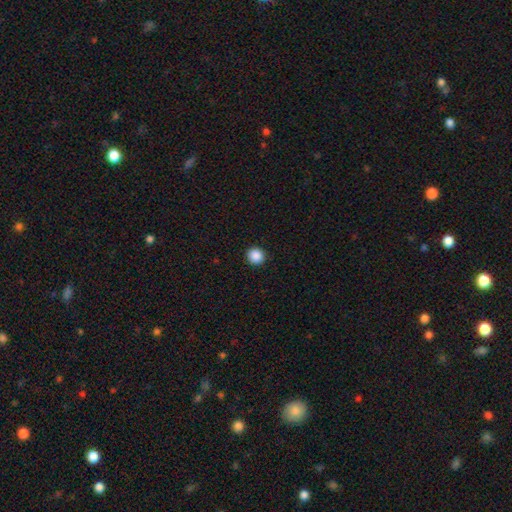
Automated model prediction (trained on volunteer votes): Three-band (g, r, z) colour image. It shows a smooth galaxy with no disk features (88%) that is round (91%). Merging: none (92%).